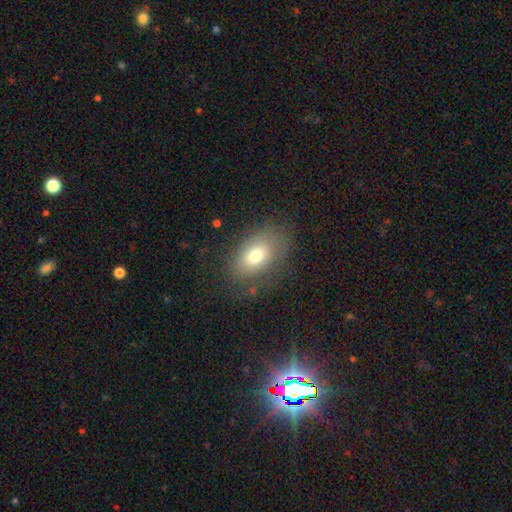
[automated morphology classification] A smooth galaxy with no disk features (72%) that is in between round and cigar-shaped (85%).

Vote fractions:
- Smooth or featured? smooth: 72% / featured or disk: 17% / star or artifact: 10%
- How rounded? in between: 85% / round: 13% / cigar-shaped: 2%
- Merging? none: 76% / minor disturbance: 16% / major disturbance: 7% / merger: 1%